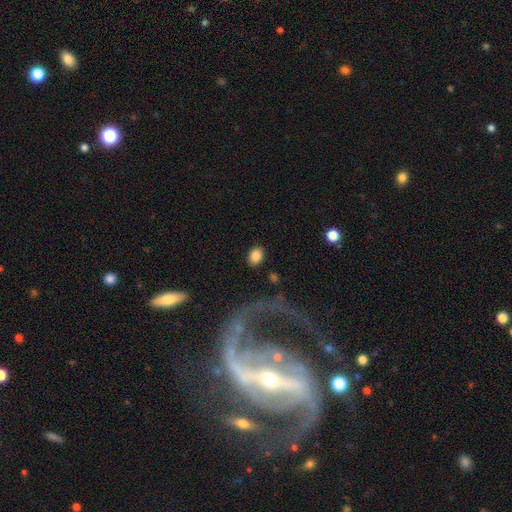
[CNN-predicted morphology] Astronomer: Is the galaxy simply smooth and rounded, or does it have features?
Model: smooth — 85%.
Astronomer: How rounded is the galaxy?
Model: in between — 74%.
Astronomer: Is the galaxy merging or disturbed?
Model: none — 85%.